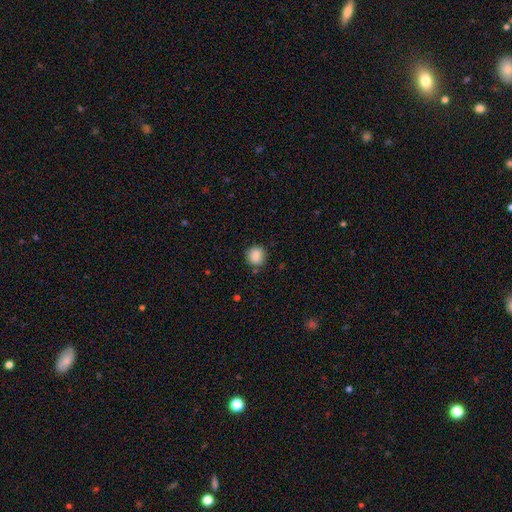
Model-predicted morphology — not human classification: Smooth or featured: smooth — 87% (star or artifact — 9%)
How rounded: round — 87% (in between — 12%)
Merging: none — 82% (minor disturbance — 12%)